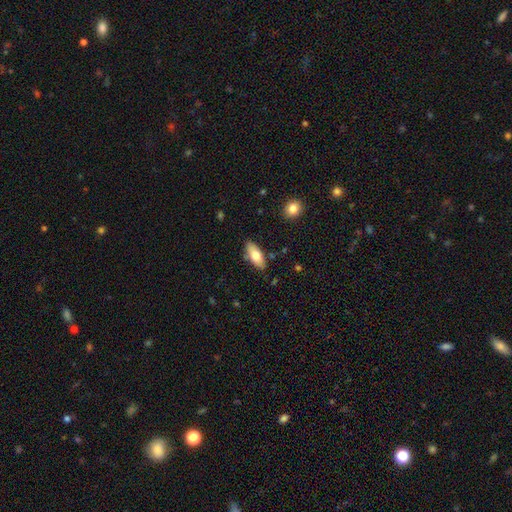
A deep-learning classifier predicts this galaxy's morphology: Q: Smooth or featured?
A: smooth (71%); runner-up: featured or disk (23%)
Q: How rounded?
A: in between (82%); runner-up: cigar-shaped (16%)
Q: Merging?
A: none (82%); runner-up: minor disturbance (12%)